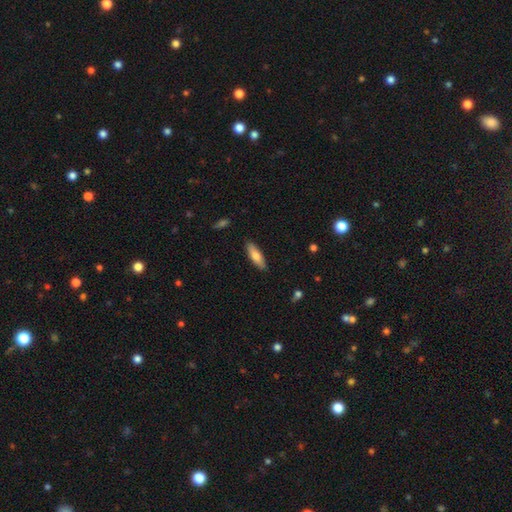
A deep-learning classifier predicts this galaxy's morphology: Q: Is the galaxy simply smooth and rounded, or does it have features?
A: smooth — 73%.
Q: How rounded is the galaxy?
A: cigar-shaped — 51%.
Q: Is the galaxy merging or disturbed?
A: none — 88%.